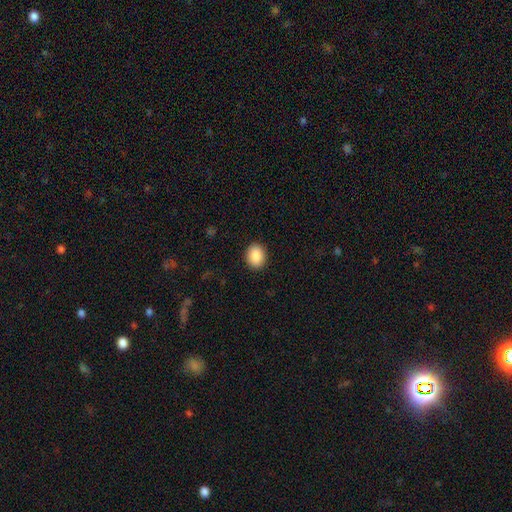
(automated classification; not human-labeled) smooth-or-featured: smooth: 89% | star or artifact: 8% | featured or disk: 4%
  how-rounded: in between: 56% | round: 43% | cigar-shaped: 1%
  merging: none: 91% | minor disturbance: 7% | major disturbance: 2% | merger: 1%